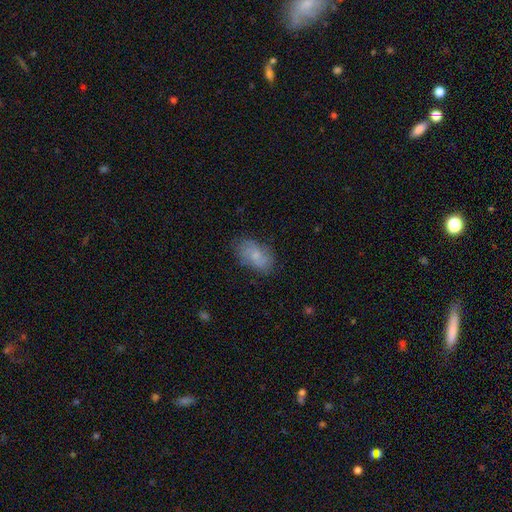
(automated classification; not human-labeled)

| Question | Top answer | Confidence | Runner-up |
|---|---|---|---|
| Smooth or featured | smooth | 71% | featured or disk (22%) |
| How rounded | in between | 91% | round (7%) |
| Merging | none | 72% | minor disturbance (20%) |